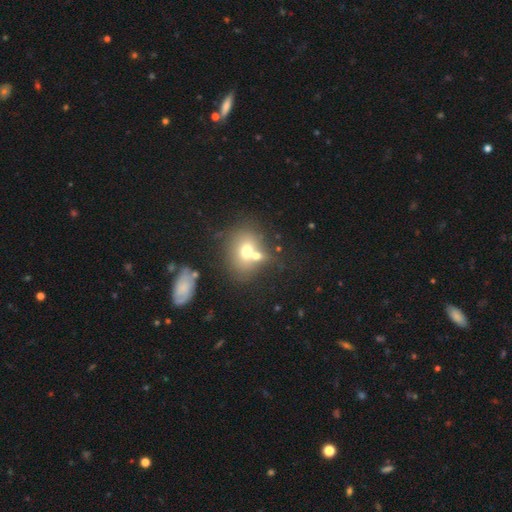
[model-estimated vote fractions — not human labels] This is likely a smooth galaxy (65%). How rounded: possibly round (55%). Merging: possibly merger (47%).